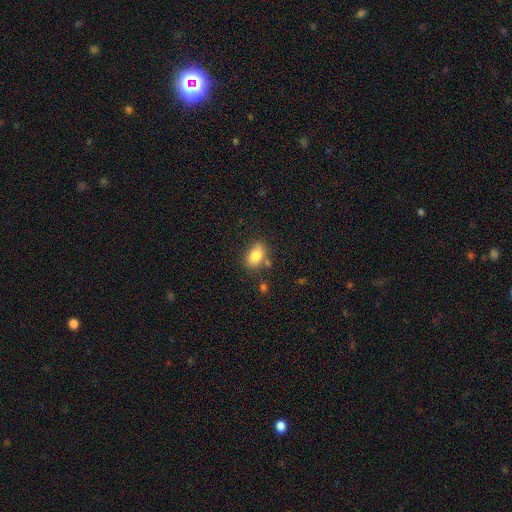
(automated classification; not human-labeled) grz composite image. It shows a smooth galaxy with no disk features (83%) that is in between round and cigar-shaped (82%). Merging: none (69%).